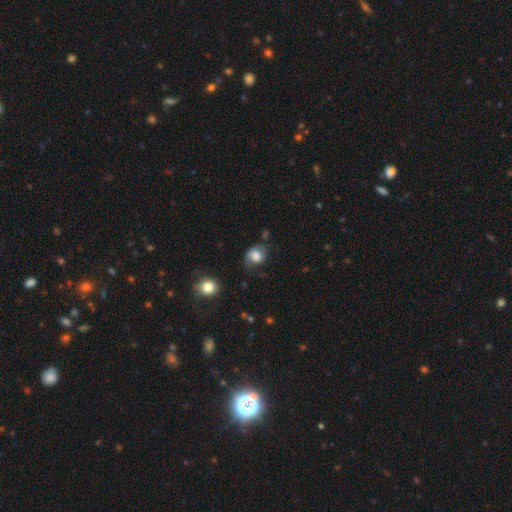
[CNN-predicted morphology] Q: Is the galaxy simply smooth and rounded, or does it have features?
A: smooth — 76%.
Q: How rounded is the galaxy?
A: round — 58%.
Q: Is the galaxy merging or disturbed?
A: none — 51%.